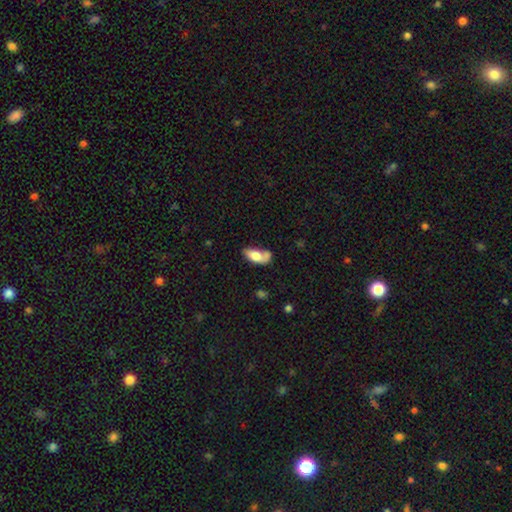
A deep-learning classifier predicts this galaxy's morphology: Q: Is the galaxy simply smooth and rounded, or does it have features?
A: smooth — 73%.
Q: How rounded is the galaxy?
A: in between — 88%.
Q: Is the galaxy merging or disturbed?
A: none — 34%.